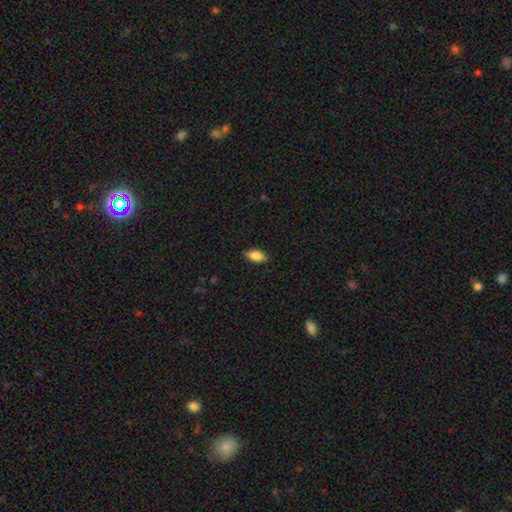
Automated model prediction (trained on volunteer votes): Smooth or featured: smooth — 86% (star or artifact — 8%)
How rounded: in between — 90% (round — 5%)
Merging: none — 84% (minor disturbance — 13%)